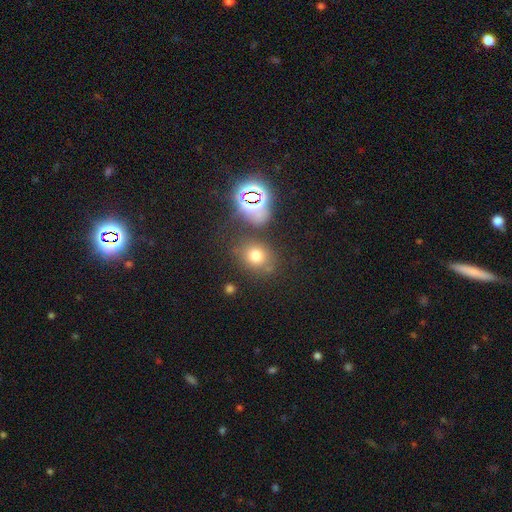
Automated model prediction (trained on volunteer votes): Overall: smooth (69%). How rounded: round (60%; in between 39%). Merging: none (69%).